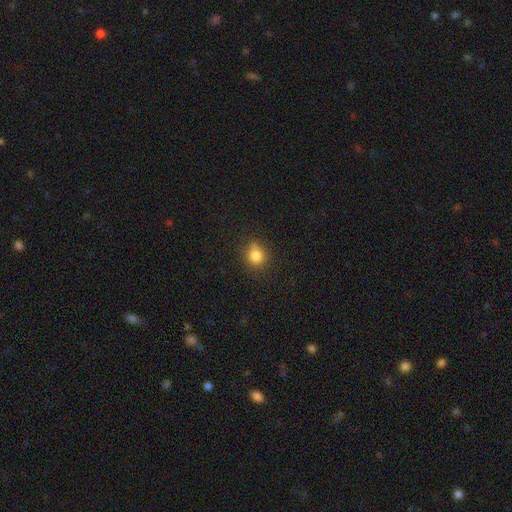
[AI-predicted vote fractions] smooth 81%, star or artifact 12%, featured or disk 7%. Down the decision tree: how rounded — round (78%); merging — none (69%).